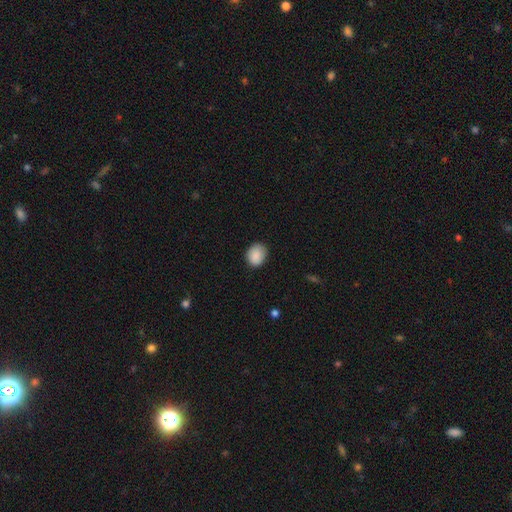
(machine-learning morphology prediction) Smooth or featured: smooth — 89% (star or artifact — 8%)
How rounded: round — 53% (in between — 46%)
Merging: none — 80% (minor disturbance — 16%)